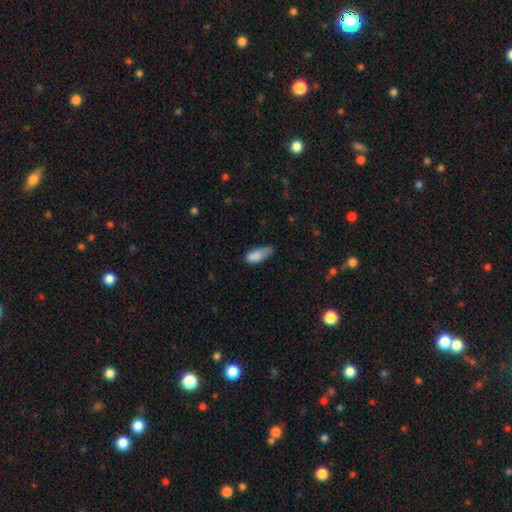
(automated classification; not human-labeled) Smooth or featured? smooth (83%)
How rounded? in between (78%)
Merging? minor disturbance (45%)